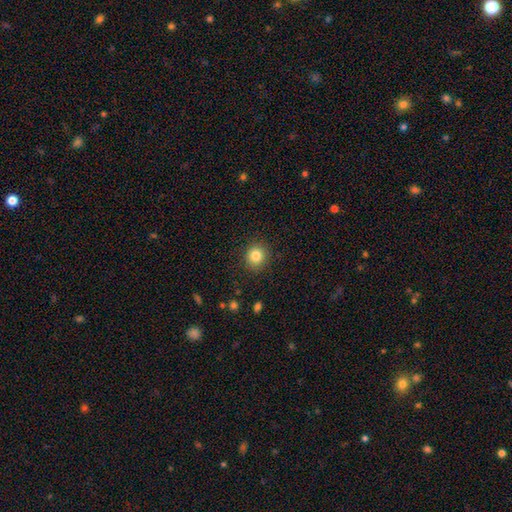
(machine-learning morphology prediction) type=smooth (84%); roundness=round (88%); merging=none (89%).